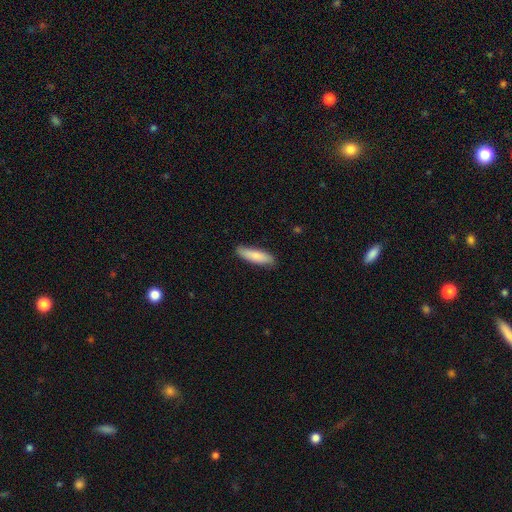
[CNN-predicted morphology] smooth_or_featured: smooth (p=0.84) [alt: featured or disk p=0.11]
how_rounded: cigar-shaped (p=0.65) [alt: in between p=0.34]
merging: none (p=0.86) [alt: minor disturbance p=0.11]